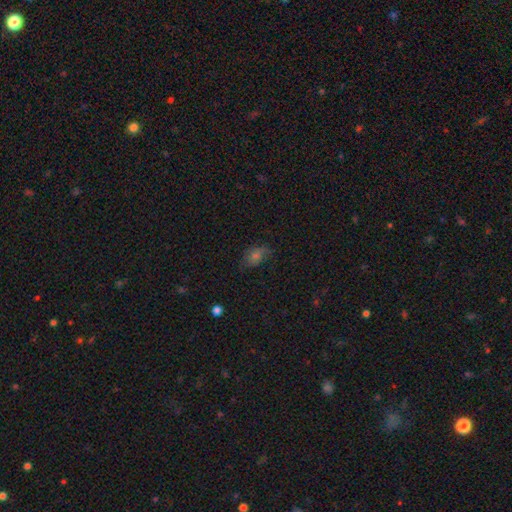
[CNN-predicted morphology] smooth_or_featured: smooth (p=0.57) [alt: featured or disk p=0.23]
how_rounded: in between (p=0.79) [alt: round p=0.18]
merging: none (p=0.61) [alt: minor disturbance p=0.26]